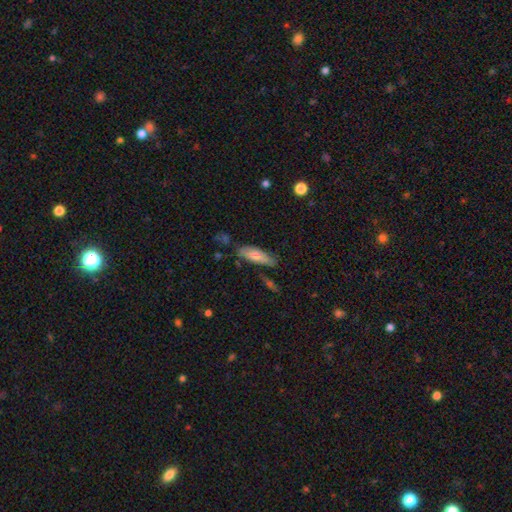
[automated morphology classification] Smooth or featured: smooth — 73% (featured or disk — 21%)
How rounded: in between — 64% (cigar-shaped — 34%)
Merging: none — 65% (minor disturbance — 24%)